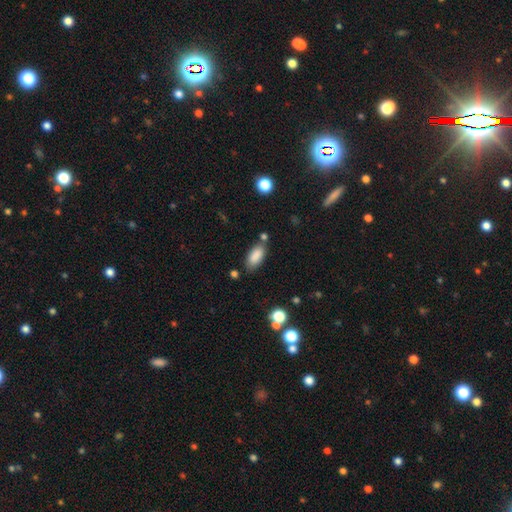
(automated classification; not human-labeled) smooth-or-featured: smooth: 86% | star or artifact: 8% | featured or disk: 6%
  how-rounded: in between: 88% | cigar-shaped: 10% | round: 2%
  merging: none: 73% | minor disturbance: 15% | merger: 9% | major disturbance: 4%